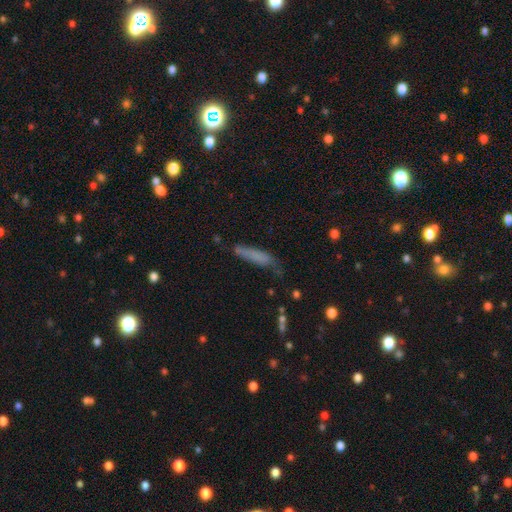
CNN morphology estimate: smooth_or_featured: smooth (p=0.73) [alt: featured or disk p=0.18]
how_rounded: cigar-shaped (p=0.81) [alt: in between p=0.17]
merging: none (p=0.56) [alt: minor disturbance p=0.30]